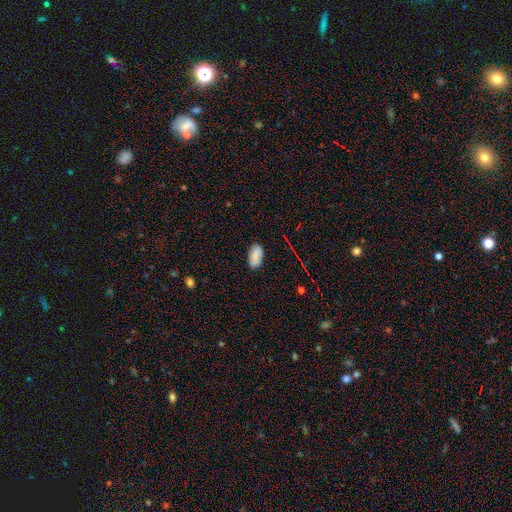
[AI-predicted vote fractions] This is clearly a smooth galaxy (86%). How rounded: clearly in between (94%). Merging: clearly none (83%).